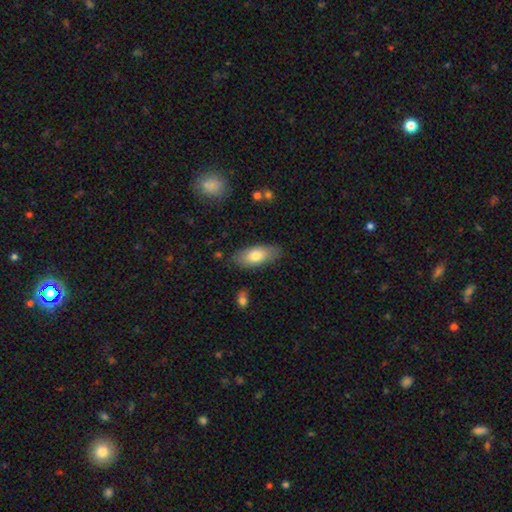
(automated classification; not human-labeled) A smooth galaxy with no disk features (74%) that is in between round and cigar-shaped (86%).

Vote fractions:
- Smooth or featured? smooth: 74% / featured or disk: 20% / star or artifact: 6%
- How rounded? in between: 86% / cigar-shaped: 11% / round: 3%
- Merging? none: 83% / minor disturbance: 13% / major disturbance: 3% / merger: 2%